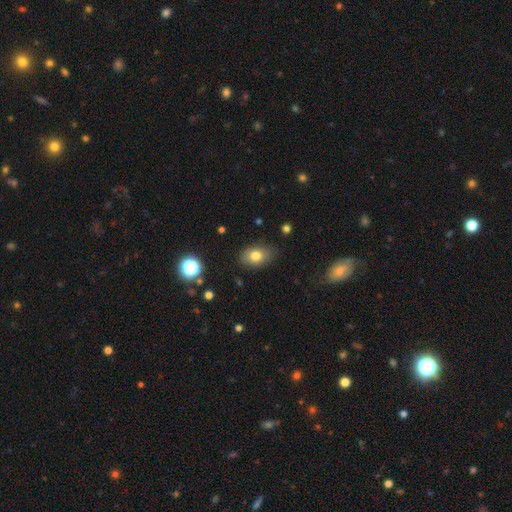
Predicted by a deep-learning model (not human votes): A smooth galaxy with no disk features (78%) that is in between round and cigar-shaped (81%). Merging: none (81%).